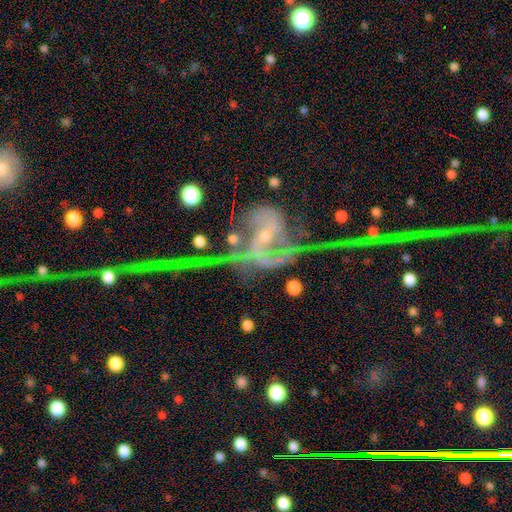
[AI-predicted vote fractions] Overall: featured or disk (78%). Edge-on disk: no (94%). Bar: no (39%; weak 35%). Spiral arms: yes (83%). Spiral arm count: 2 (77%). Spiral winding: loose (48%; medium 35%). Bulge size: small (69%). Merging: major disturbance (35%; none 34%).